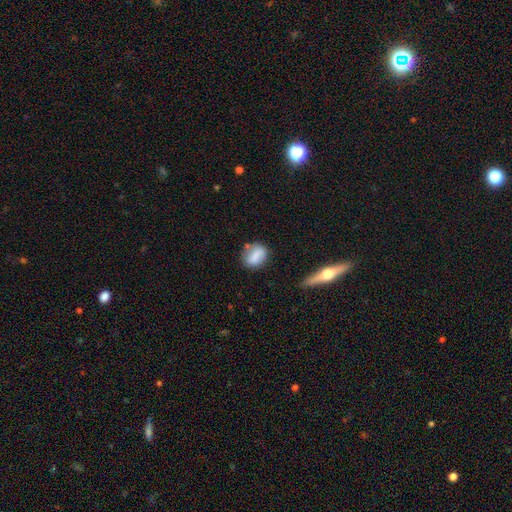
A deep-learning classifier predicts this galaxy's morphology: Smooth or featured? Predicted: smooth (p=0.74). How rounded? Predicted: in between (p=0.58). Merging? Predicted: none (p=0.66).